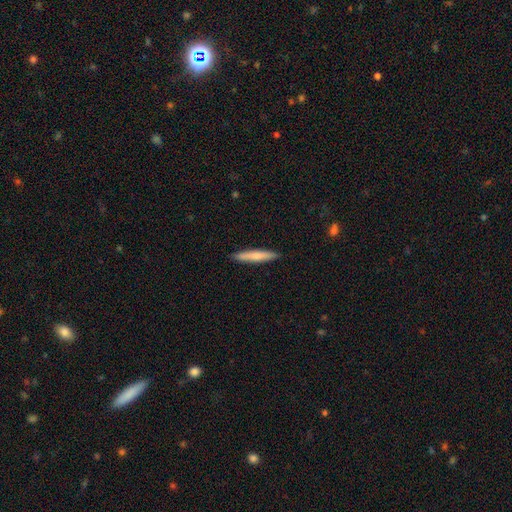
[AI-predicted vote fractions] smooth_or_featured: smooth (p=0.69) [alt: featured or disk p=0.26]
how_rounded: cigar-shaped (p=0.92) [alt: in between p=0.07]
merging: none (p=0.90) [alt: minor disturbance p=0.07]